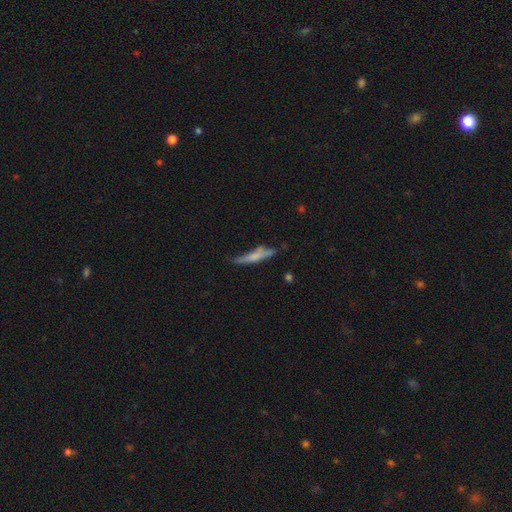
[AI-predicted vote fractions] Q: Smooth or featured?
A: smooth (57%); runner-up: featured or disk (35%)
Q: How rounded?
A: cigar-shaped (86%); runner-up: in between (12%)
Q: Merging?
A: none (57%); runner-up: minor disturbance (27%)